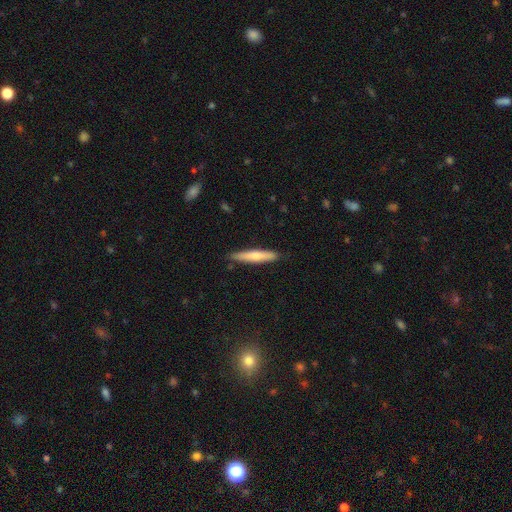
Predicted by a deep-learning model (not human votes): smooth-or-featured: smooth: 64% | featured or disk: 31% | star or artifact: 5%
  how-rounded: cigar-shaped: 91% | in between: 7% | round: 1%
  merging: none: 86% | minor disturbance: 11% | major disturbance: 2% | merger: 1%